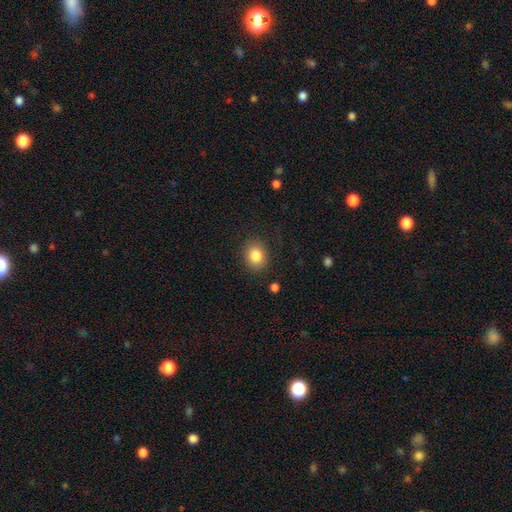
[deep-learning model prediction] smooth 84%, star or artifact 9%, featured or disk 7%. Down the decision tree: how rounded — round (54%); merging — none (86%).